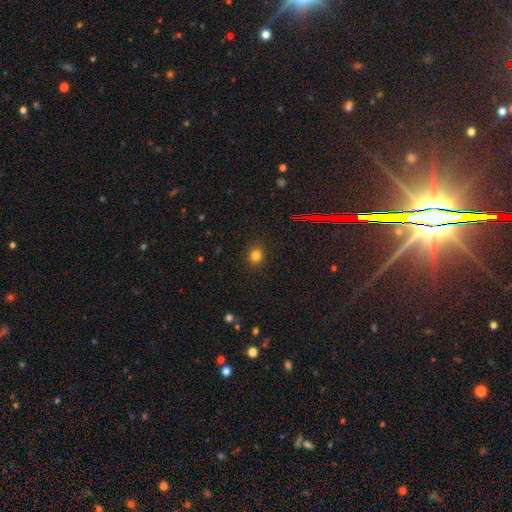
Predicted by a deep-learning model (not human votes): This appears to be a smooth galaxy with no disk features (79%) that is round (74%). Merging: none (89%).